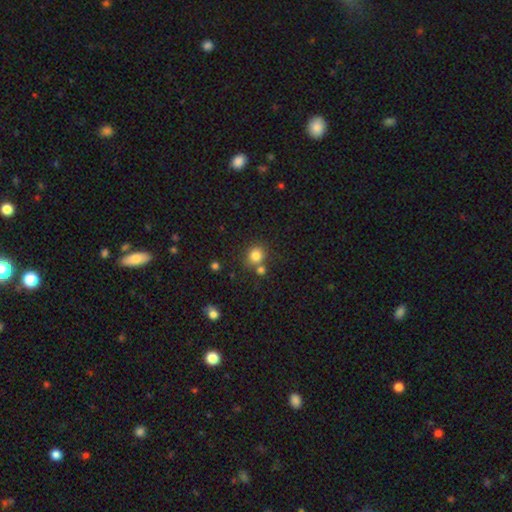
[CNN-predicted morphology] Smooth or featured? smooth (81%)
How rounded? round (81%)
Merging? none (67%)